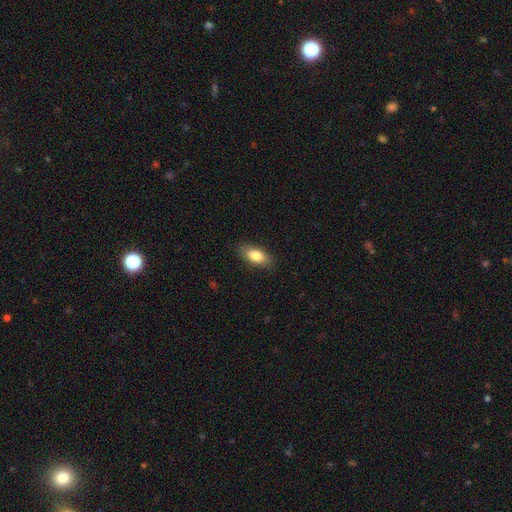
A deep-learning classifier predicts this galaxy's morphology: The model was most divided on "smooth or featured": smooth: 82%, featured or disk: 11%, star or artifact: 7%. More confident: how rounded — in between (88%); merging — none (86%).